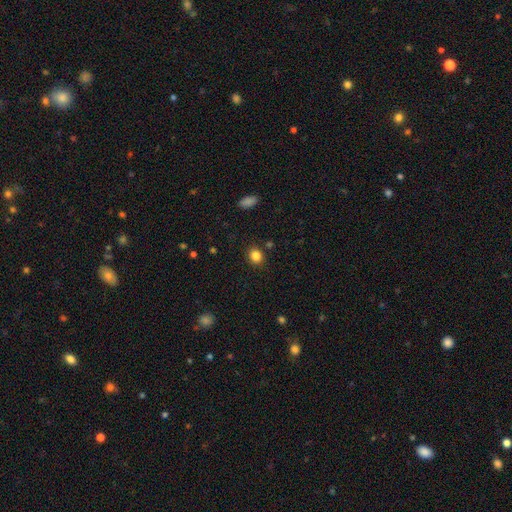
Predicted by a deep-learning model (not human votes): The model was most divided on "how rounded": round: 67%, in between: 32%, cigar-shaped: 1%. More confident: merging — none (88%); smooth or featured — smooth (84%).